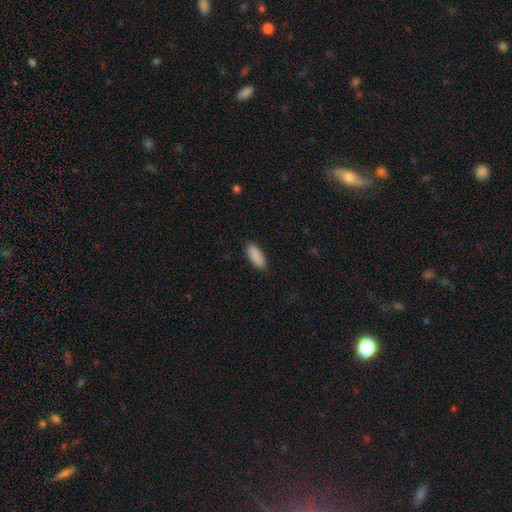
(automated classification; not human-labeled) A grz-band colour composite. It shows a smooth galaxy with no disk features (91%) that is in between round and cigar-shaped (83%). Merging: none (88%).